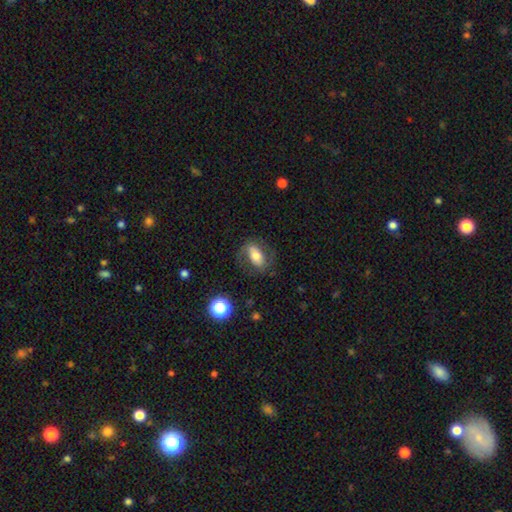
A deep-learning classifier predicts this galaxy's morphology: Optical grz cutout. It shows a smooth galaxy with no disk features (50%). Merging: none (68%).